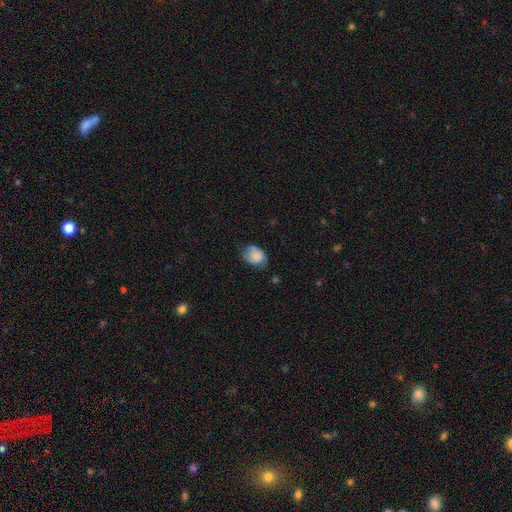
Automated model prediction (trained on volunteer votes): smooth_or_featured: smooth (p=0.77) [alt: featured or disk p=0.14]
how_rounded: in between (p=0.62) [alt: round p=0.37]
merging: none (p=0.48) [alt: minor disturbance p=0.38]